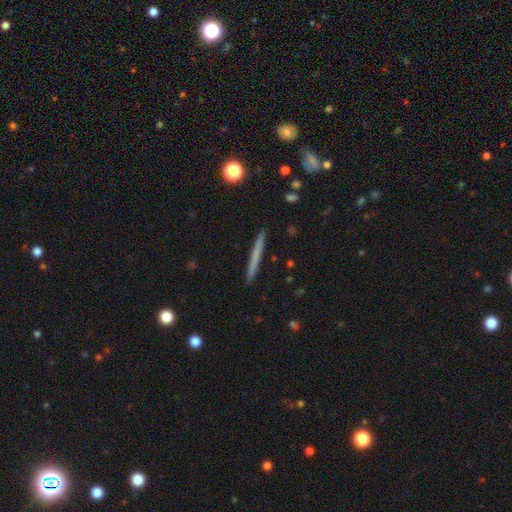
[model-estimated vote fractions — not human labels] Smooth or featured?
  - smooth: 60% *
  - featured or disk: 34%
  - star or artifact: 6%
How rounded?
  - cigar-shaped: 97% *
  - in between: 2%
  - round: 1%
Merging?
  - none: 92% *
  - minor disturbance: 6%
  - major disturbance: 1%
  - merger: 1%